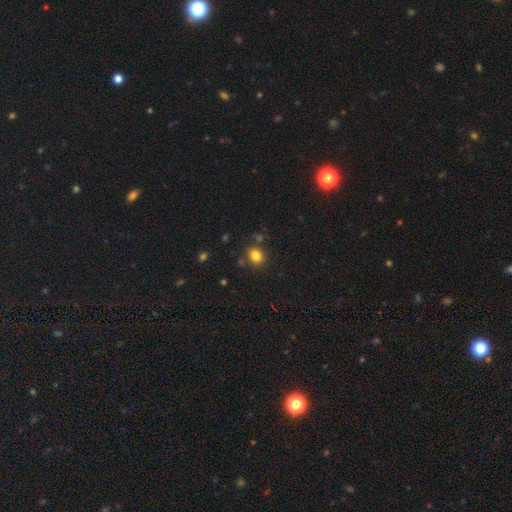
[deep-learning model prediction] smooth 82%, star or artifact 12%, featured or disk 6%. Down the decision tree: how rounded — round (54%); merging — none (80%).